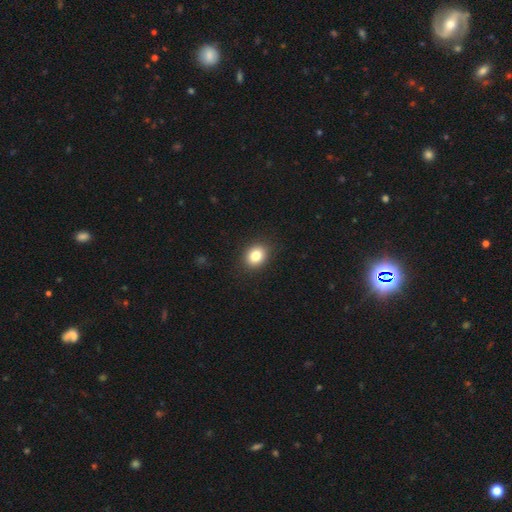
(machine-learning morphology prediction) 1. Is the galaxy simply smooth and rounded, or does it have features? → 83% smooth, 10% star or artifact, 7% featured or disk.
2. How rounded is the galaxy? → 52% round, 47% in between, 1% cigar-shaped.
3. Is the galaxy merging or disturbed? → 89% none, 8% minor disturbance, 2% major disturbance, 1% merger.